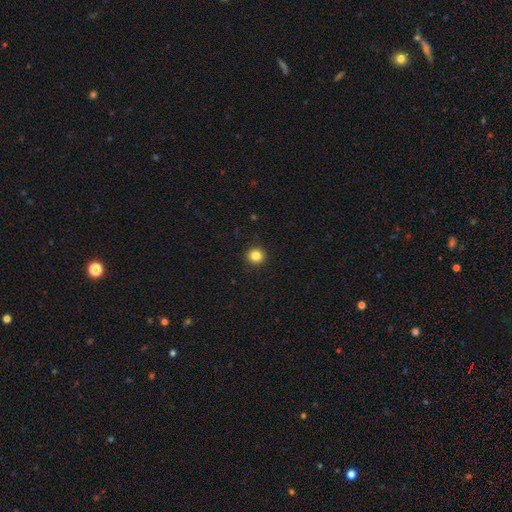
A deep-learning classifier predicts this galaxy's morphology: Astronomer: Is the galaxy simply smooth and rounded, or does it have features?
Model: smooth — 84%.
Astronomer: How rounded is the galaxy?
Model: round — 94%.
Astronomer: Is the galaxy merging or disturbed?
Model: none — 93%.